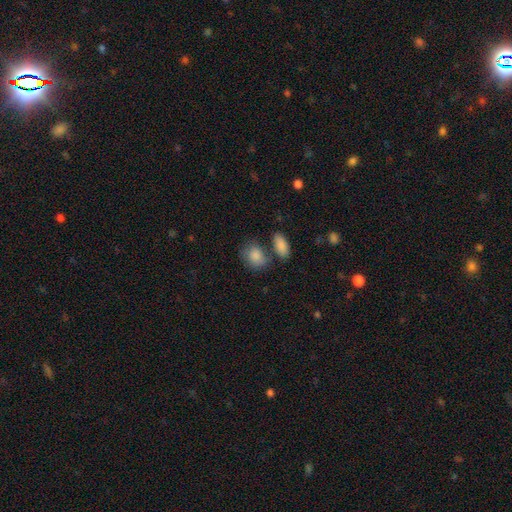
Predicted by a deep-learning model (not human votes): Morphology: type=smooth (86%); roundness=in between (66%); merging=none (55%).